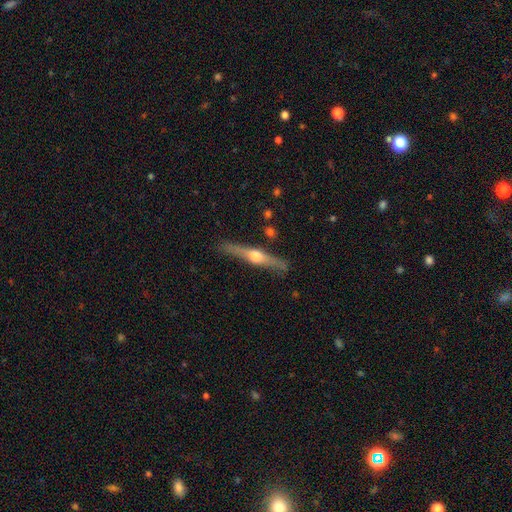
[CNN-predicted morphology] Smooth or featured?
  - featured or disk: 74% *
  - smooth: 20%
  - star or artifact: 5%
Edge-on disk?
  - yes: 97% *
  - no: 3%
Edge-on bulge?
  - rounded: 94% *
  - boxy: 3%
  - none: 2%
Merging?
  - none: 87% *
  - minor disturbance: 9%
  - merger: 2%
  - major disturbance: 2%